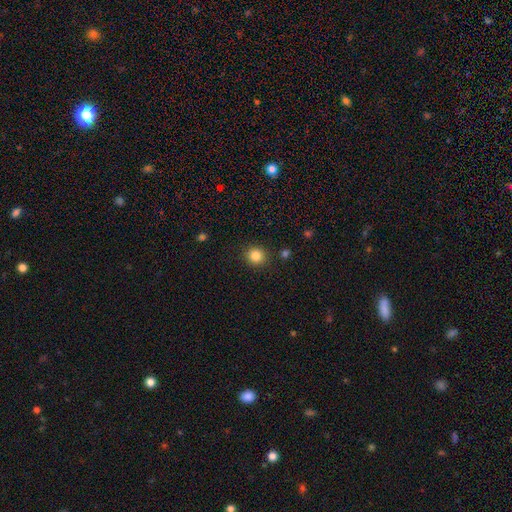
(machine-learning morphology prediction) Smooth or featured? smooth (84%)
How rounded? round (89%)
Merging? none (90%)